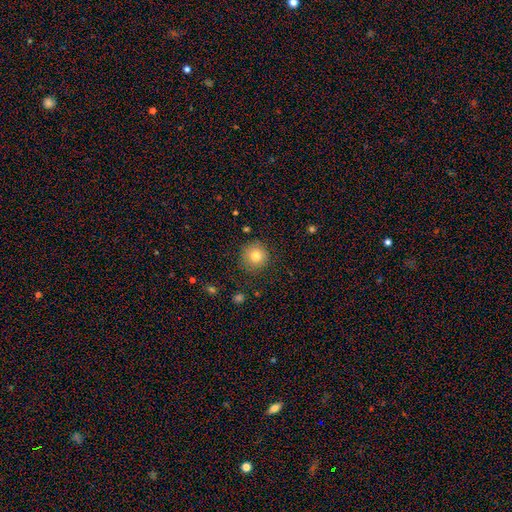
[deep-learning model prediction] This appears to be a smooth galaxy with no disk features (81%) that is round (93%). Merging: none (85%).